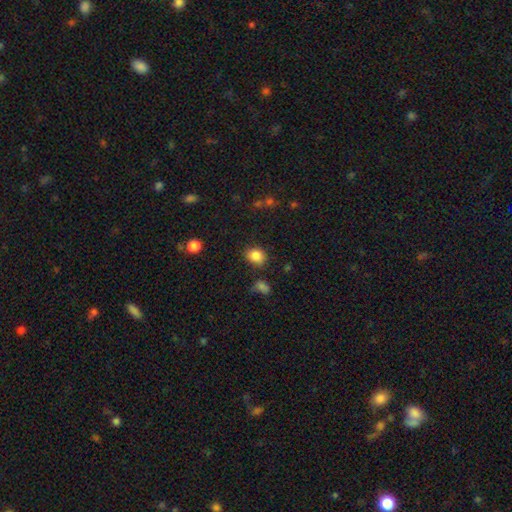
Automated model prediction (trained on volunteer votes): Overall: smooth (85%). How rounded: in between (52%; round 47%). Merging: none (75%).